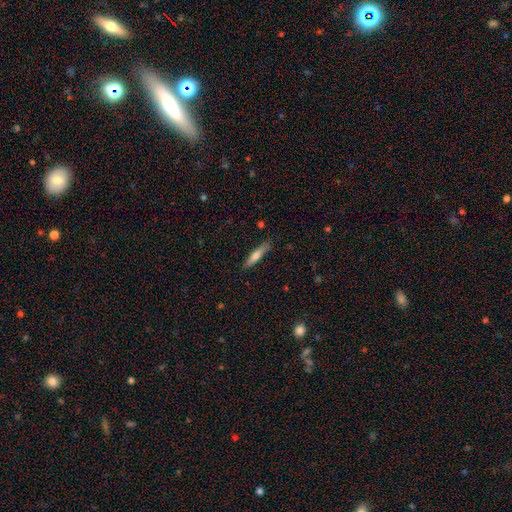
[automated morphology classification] This appears to be a smooth galaxy with no disk features (64%) that is cigar-shaped (86%). Merging: none (83%).